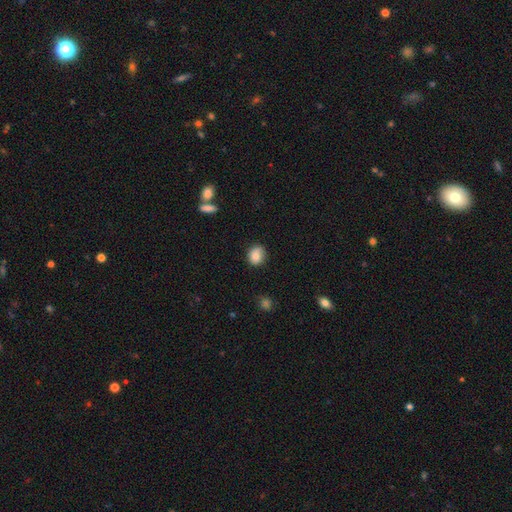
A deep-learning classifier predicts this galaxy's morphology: Overall: smooth (84%). How rounded: round (69%; in between 30%). Merging: none (78%).